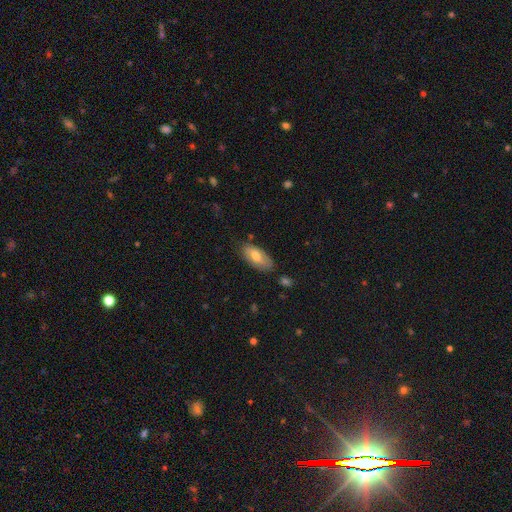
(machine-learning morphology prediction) Smooth or featured? Predicted: smooth (p=0.63). How rounded? Predicted: in between (p=0.90). Merging? Predicted: none (p=0.74).